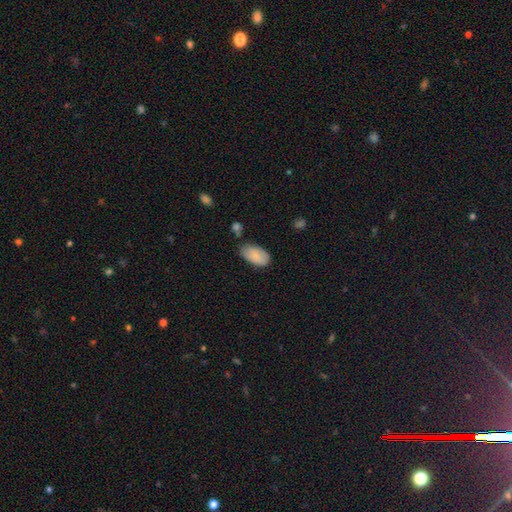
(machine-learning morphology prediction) type=smooth (84%); roundness=in between (95%); merging=none (64%).